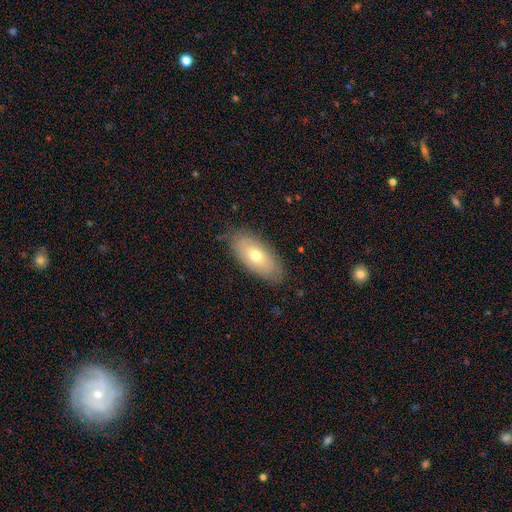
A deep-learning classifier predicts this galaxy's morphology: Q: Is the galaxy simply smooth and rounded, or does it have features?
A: smooth — 64%.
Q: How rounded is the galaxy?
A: in between — 88%.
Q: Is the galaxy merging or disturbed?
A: none — 80%.